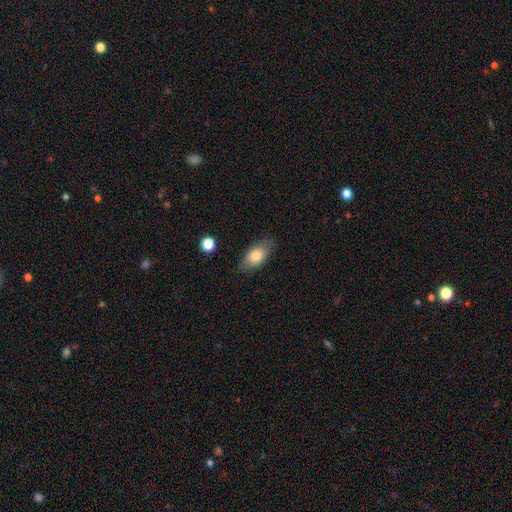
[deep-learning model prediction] This appears to be a smooth galaxy with no disk features (80%) that is in between round and cigar-shaped (89%). Merging: none (80%).